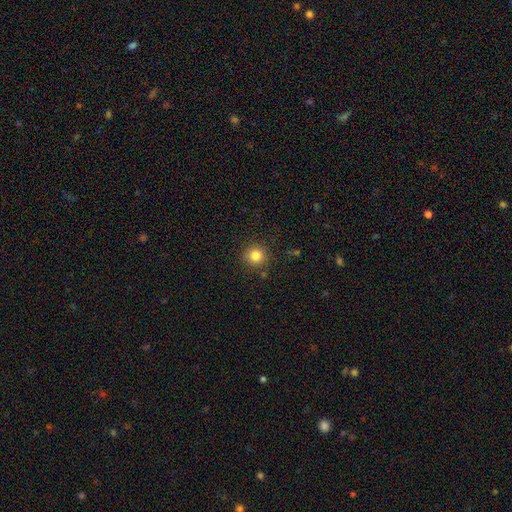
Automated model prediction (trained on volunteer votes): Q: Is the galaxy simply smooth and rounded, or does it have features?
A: smooth — 83%.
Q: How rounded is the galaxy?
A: round — 94%.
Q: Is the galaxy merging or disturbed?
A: none — 88%.